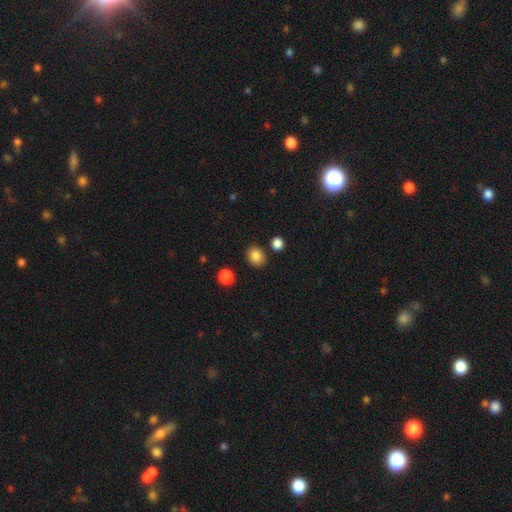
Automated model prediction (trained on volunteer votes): A smooth galaxy with no disk features (85%) that is round (61%).

Vote fractions:
- Smooth or featured? smooth: 85% / star or artifact: 10% / featured or disk: 5%
- How rounded? round: 61% / in between: 38% / cigar-shaped: 1%
- Merging? none: 84% / minor disturbance: 9% / merger: 4% / major disturbance: 2%